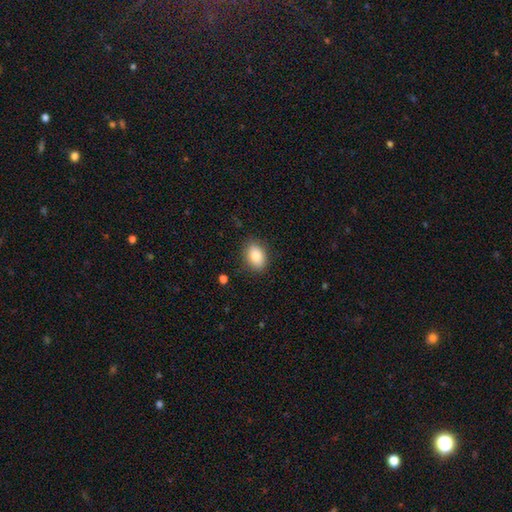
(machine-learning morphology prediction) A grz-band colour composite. It shows a smooth galaxy with no disk features (85%) that is in between round and cigar-shaped (83%). Merging: none (86%).